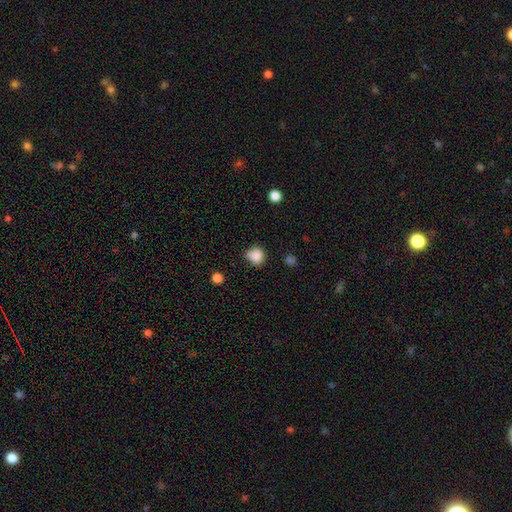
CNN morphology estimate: Smooth or featured?
  - smooth: 84% *
  - star or artifact: 11%
  - featured or disk: 5%
How rounded?
  - round: 84% *
  - in between: 15%
  - cigar-shaped: 1%
Merging?
  - none: 63% *
  - minor disturbance: 27%
  - major disturbance: 6%
  - merger: 5%